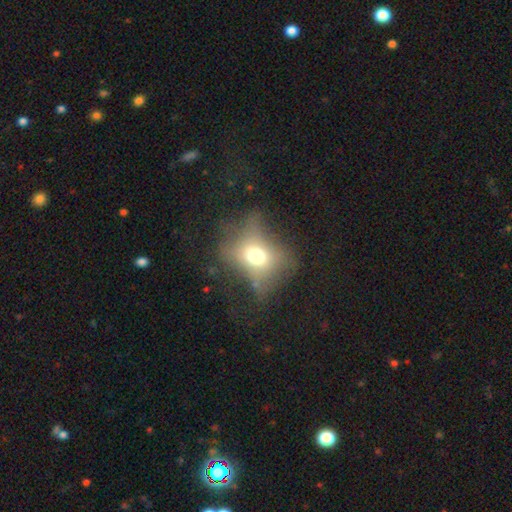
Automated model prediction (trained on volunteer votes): A smooth galaxy with no disk features (57%) that is in between round and cigar-shaped (52%). Merging: none (41%).